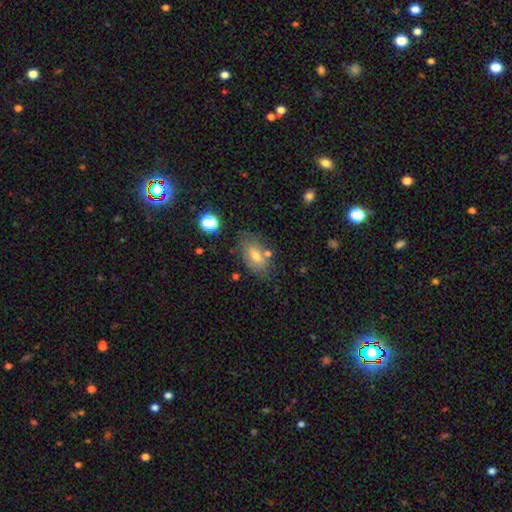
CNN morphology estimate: A smooth galaxy with no disk features (66%) that is in between round and cigar-shaped (87%).

Vote fractions:
- Smooth or featured? smooth: 66% / featured or disk: 22% / star or artifact: 11%
- How rounded? in between: 87% / round: 9% / cigar-shaped: 4%
- Merging? none: 69% / minor disturbance: 17% / merger: 8% / major disturbance: 5%